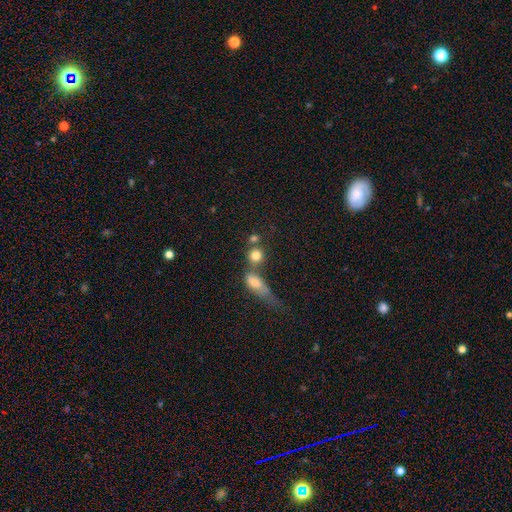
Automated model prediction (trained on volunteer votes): smooth 79%, star or artifact 11%, featured or disk 10%. Down the decision tree: how rounded — round (82%); merging — none (50%).